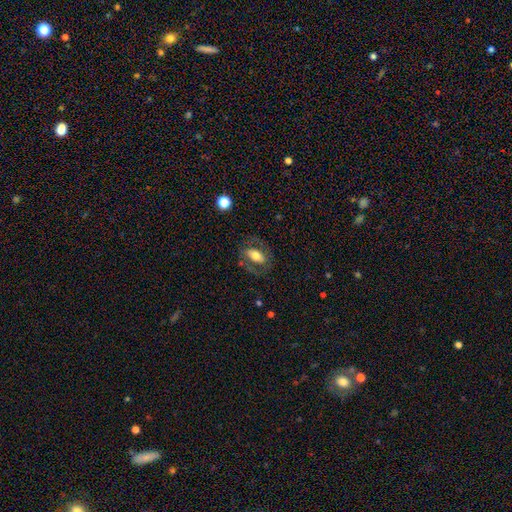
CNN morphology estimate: Q: Smooth or featured?
A: smooth (52%); runner-up: featured or disk (40%)
Q: How rounded?
A: in between (85%); runner-up: round (11%)
Q: Merging?
A: none (71%); runner-up: minor disturbance (15%)